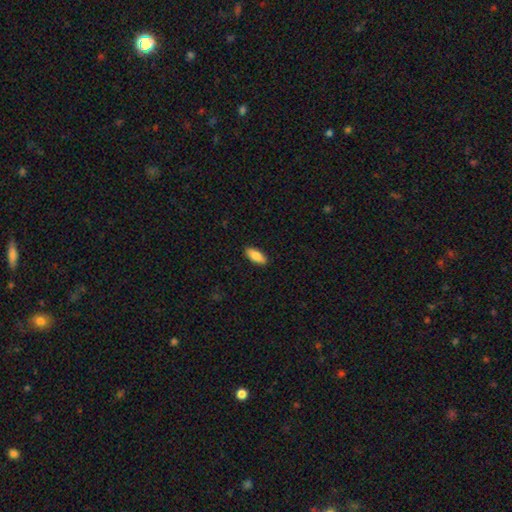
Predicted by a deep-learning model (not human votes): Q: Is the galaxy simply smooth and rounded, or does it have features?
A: smooth — 85%.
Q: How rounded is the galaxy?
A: in between — 81%.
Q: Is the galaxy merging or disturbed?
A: none — 90%.